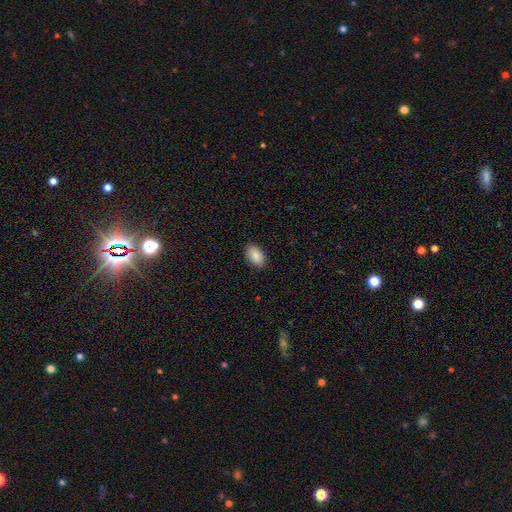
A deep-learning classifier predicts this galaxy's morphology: Q: Smooth or featured?
A: smooth (89%); runner-up: star or artifact (7%)
Q: How rounded?
A: in between (92%); runner-up: round (6%)
Q: Merging?
A: none (89%); runner-up: minor disturbance (8%)